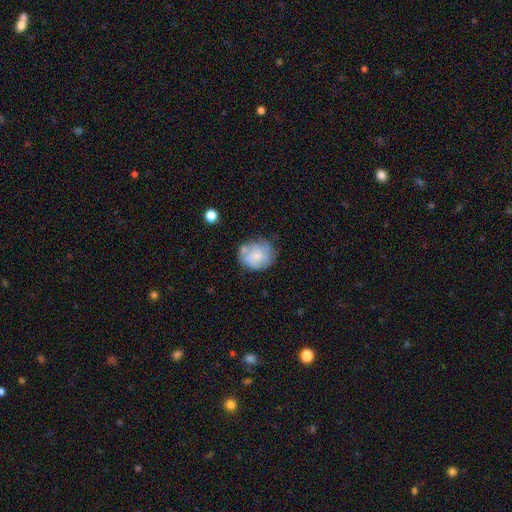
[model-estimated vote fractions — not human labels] The model was most divided on "smooth or featured": featured or disk: 48%, smooth: 43%, star or artifact: 8%. More confident: merging — none (57%).